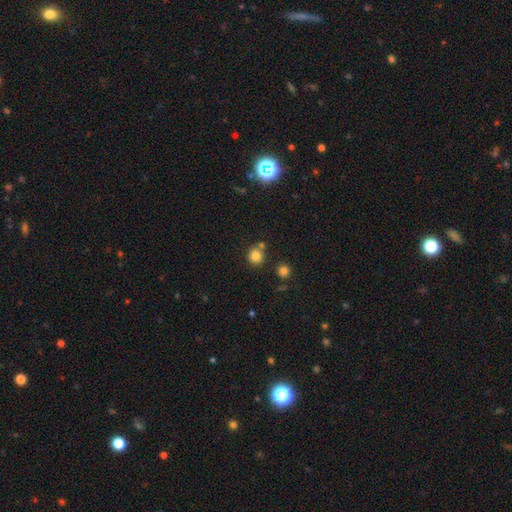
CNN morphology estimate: The model was most divided on "merging": none: 73%, merger: 15%, minor disturbance: 9%, major disturbance: 3%. More confident: how rounded — round (87%); smooth or featured — smooth (81%).